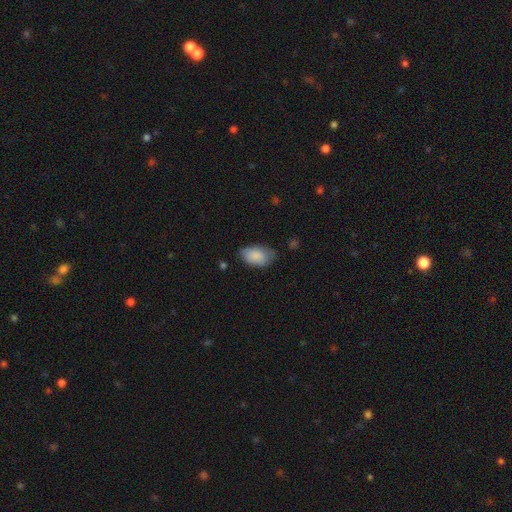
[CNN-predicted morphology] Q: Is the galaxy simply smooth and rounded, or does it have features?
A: smooth — 86%.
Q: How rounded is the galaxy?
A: in between — 92%.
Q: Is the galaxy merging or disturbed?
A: none — 62%.